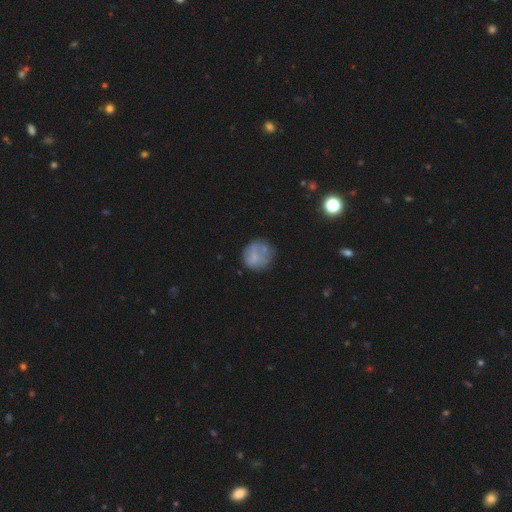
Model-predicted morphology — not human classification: smooth_or_featured: smooth (p=0.56) [alt: featured or disk p=0.33]
how_rounded: round (p=0.83) [alt: in between p=0.16]
merging: none (p=0.57) [alt: minor disturbance p=0.23]